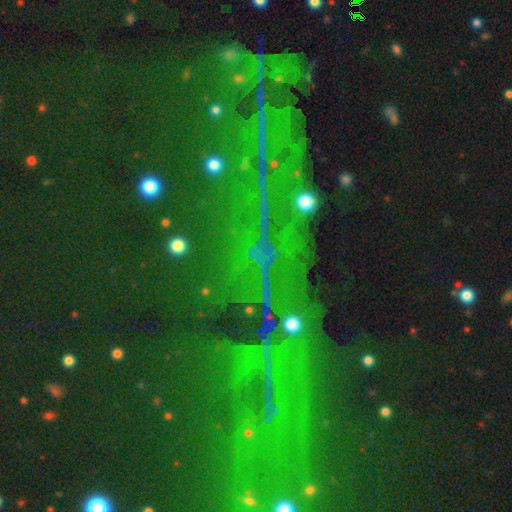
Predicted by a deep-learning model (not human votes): Morphology: type=star or artifact (83%).